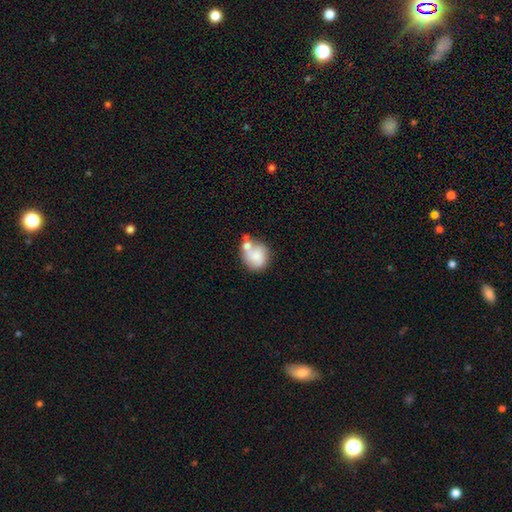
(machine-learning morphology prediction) The model was most divided on "merging": merger: 41%, none: 32%, minor disturbance: 18%, major disturbance: 9%. More confident: smooth or featured — smooth (68%); how rounded — round (66%).